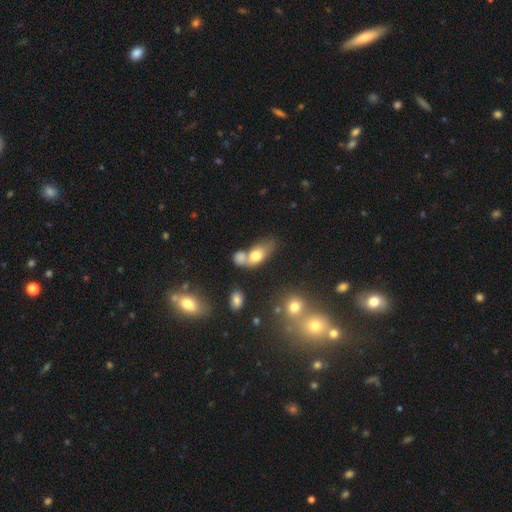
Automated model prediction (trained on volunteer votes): A smooth galaxy with no disk features (73%) that is in between round and cigar-shaped (80%). Merging: merger (52%).